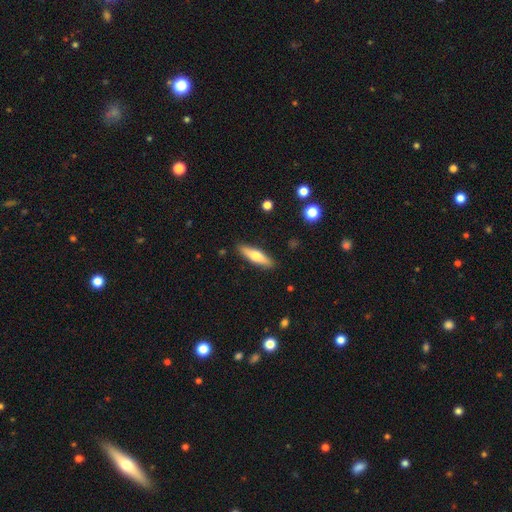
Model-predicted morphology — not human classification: The model was most divided on "smooth or featured": smooth: 57%, featured or disk: 37%, star or artifact: 6%. More confident: merging — none (89%); how rounded — cigar-shaped (68%).